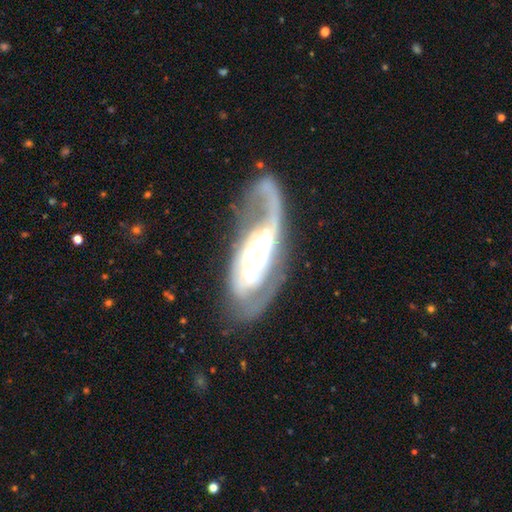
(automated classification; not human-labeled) Overall: featured or disk (87%). Edge-on disk: no (93%). Bar: no (50%; weak 33%). Spiral arms: yes (94%). Spiral arm count: 2 (57%). Spiral winding: tight (42%; medium 41%). Bulge size: moderate (43%; small 40%). Merging: none (55%; major disturbance 23%).